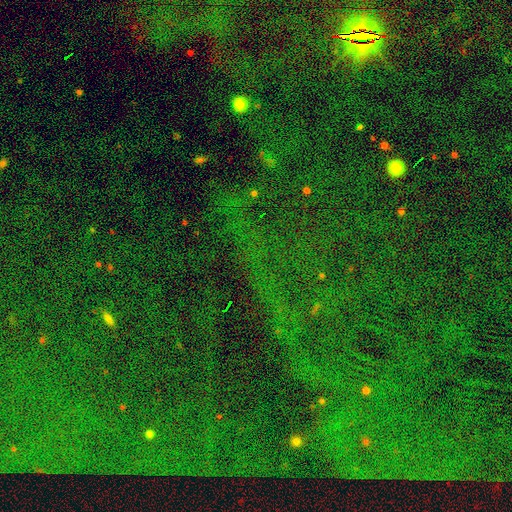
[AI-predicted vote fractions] This appears to be a star or artifact, not a galaxy (84%).